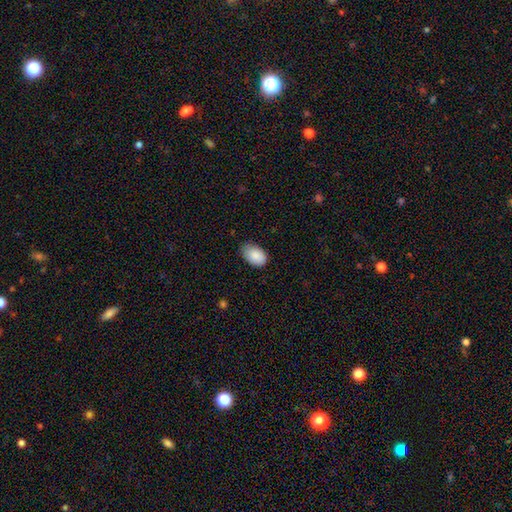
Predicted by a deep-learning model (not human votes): Q: Smooth or featured?
A: smooth (88%); runner-up: star or artifact (7%)
Q: How rounded?
A: in between (90%); runner-up: round (9%)
Q: Merging?
A: none (70%); runner-up: minor disturbance (25%)